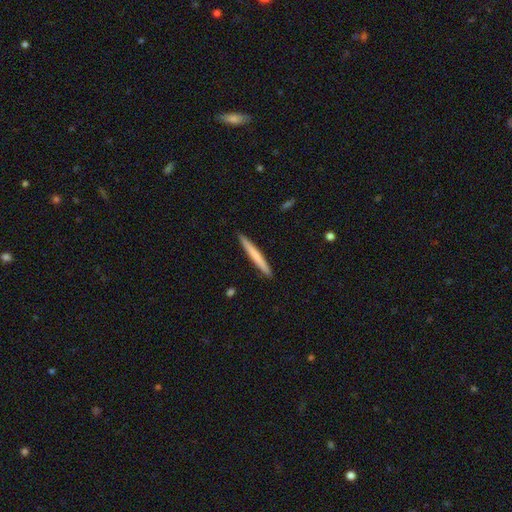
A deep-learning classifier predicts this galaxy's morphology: Overall: smooth (65%; featured or disk 30%). How rounded: cigar-shaped (97%). Merging: none (92%).